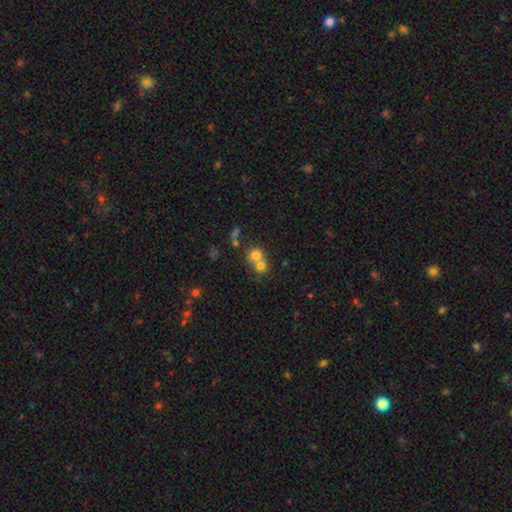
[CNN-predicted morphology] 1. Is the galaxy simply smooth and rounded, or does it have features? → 73% smooth, 13% star or artifact, 13% featured or disk.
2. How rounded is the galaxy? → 84% round, 15% in between, 1% cigar-shaped.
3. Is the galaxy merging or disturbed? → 57% merger, 36% none, 5% minor disturbance, 2% major disturbance.